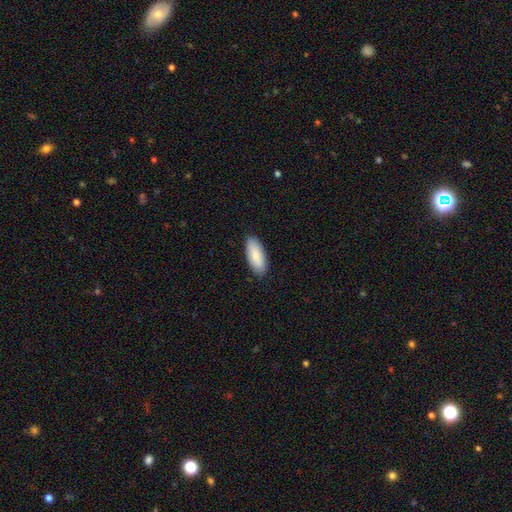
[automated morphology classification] Smooth or featured? smooth (86%)
How rounded? in between (81%)
Merging? none (88%)